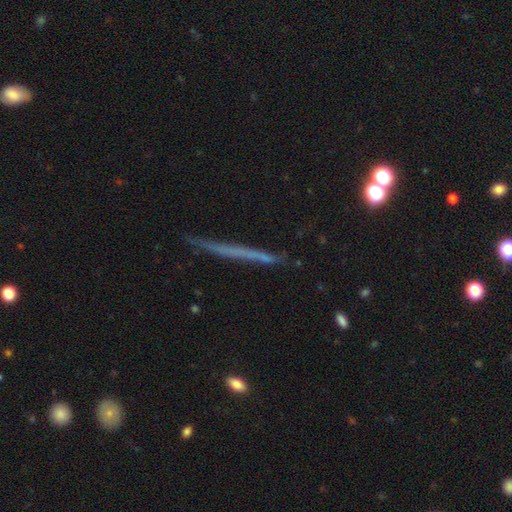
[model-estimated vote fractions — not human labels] Smooth or featured: featured or disk — 50% (smooth — 40%)
Merging: none — 83% (minor disturbance — 13%)